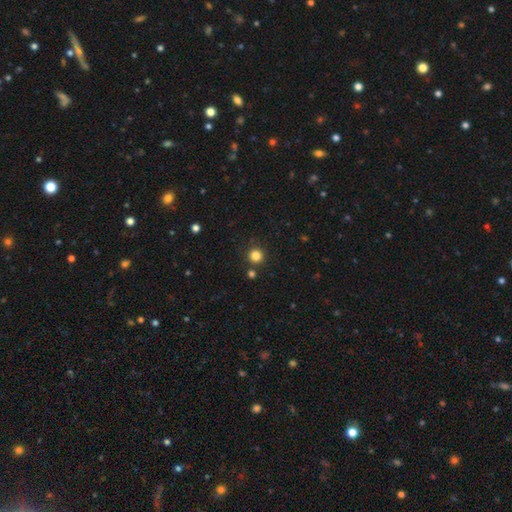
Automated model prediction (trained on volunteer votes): A smooth galaxy with no disk features (82%) that is round (95%).

Vote fractions:
- Smooth or featured? smooth: 82% / star or artifact: 14% / featured or disk: 4%
- How rounded? round: 95% / in between: 4% / cigar-shaped: 1%
- Merging? none: 86% / minor disturbance: 6% / merger: 5% / major disturbance: 2%